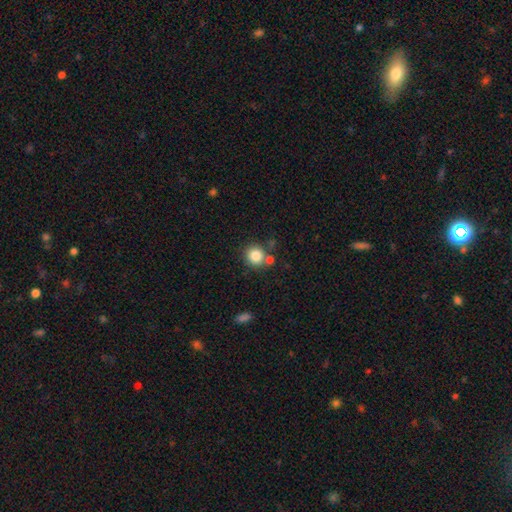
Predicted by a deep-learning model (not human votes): Q: Smooth or featured?
A: smooth (83%); runner-up: star or artifact (10%)
Q: How rounded?
A: round (90%); runner-up: in between (9%)
Q: Merging?
A: none (71%); runner-up: merger (15%)